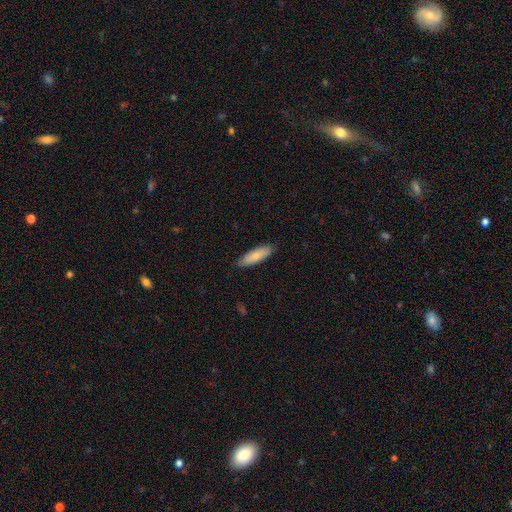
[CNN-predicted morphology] Smooth or featured? Predicted: smooth (p=0.79). How rounded? Predicted: cigar-shaped (p=0.52). Merging? Predicted: none (p=0.87).